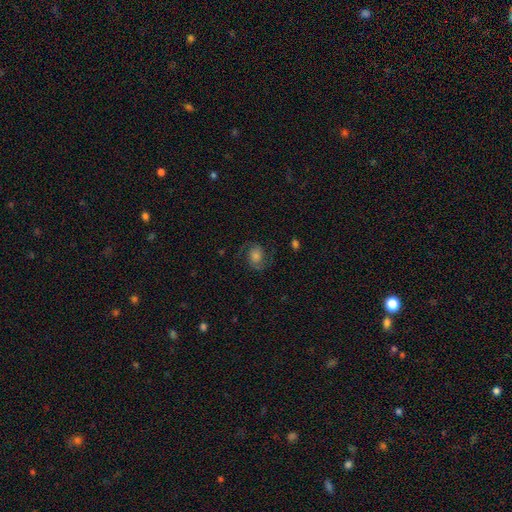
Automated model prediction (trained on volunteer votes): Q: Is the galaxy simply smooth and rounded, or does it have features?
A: featured or disk — 67%.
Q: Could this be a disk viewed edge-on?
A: no — 98%.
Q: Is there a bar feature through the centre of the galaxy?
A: no — 65%.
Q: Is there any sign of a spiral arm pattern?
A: yes — 95%.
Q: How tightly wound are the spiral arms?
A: medium — 52%.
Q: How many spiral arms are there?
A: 2 — 91%.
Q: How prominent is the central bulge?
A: moderate — 36%.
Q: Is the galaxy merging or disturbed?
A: none — 76%.